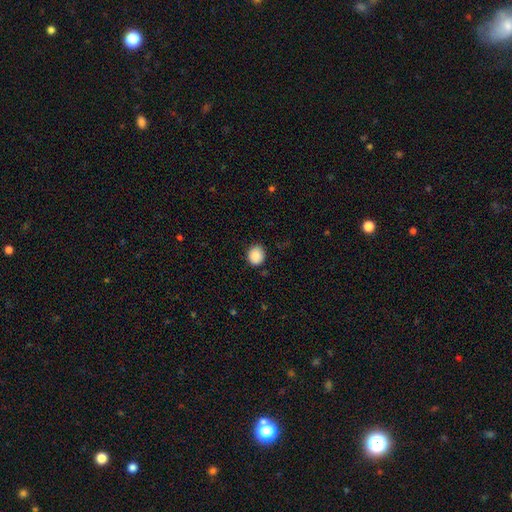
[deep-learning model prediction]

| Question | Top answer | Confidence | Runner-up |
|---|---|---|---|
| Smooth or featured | smooth | 88% | star or artifact (8%) |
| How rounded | round | 72% | in between (27%) |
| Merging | none | 87% | minor disturbance (9%) |